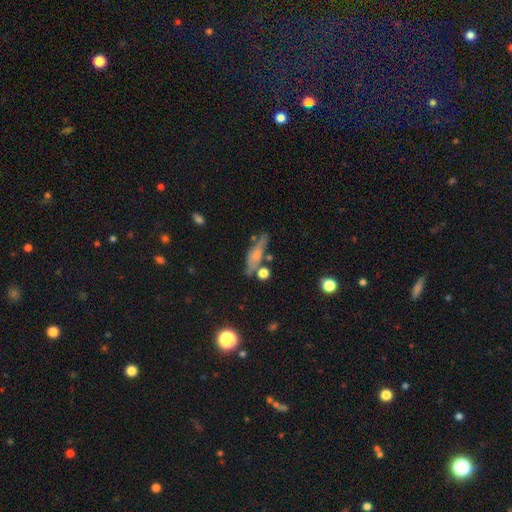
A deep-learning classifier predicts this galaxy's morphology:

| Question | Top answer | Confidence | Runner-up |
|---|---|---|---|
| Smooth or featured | smooth | 51% | featured or disk (40%) |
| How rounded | cigar-shaped | 55% | in between (40%) |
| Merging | none | 58% | minor disturbance (21%) |